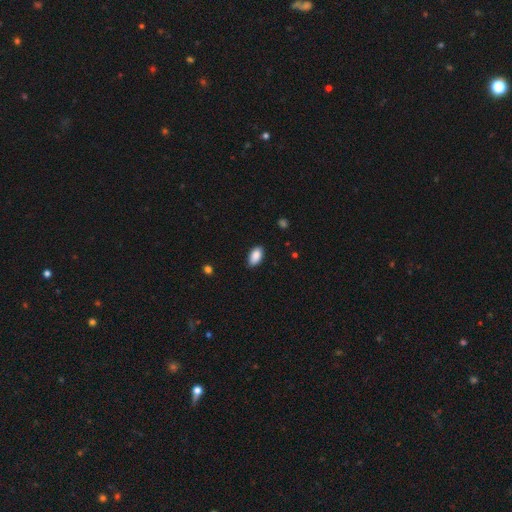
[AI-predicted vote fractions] Overall: smooth (89%). How rounded: in between (94%). Merging: none (85%).